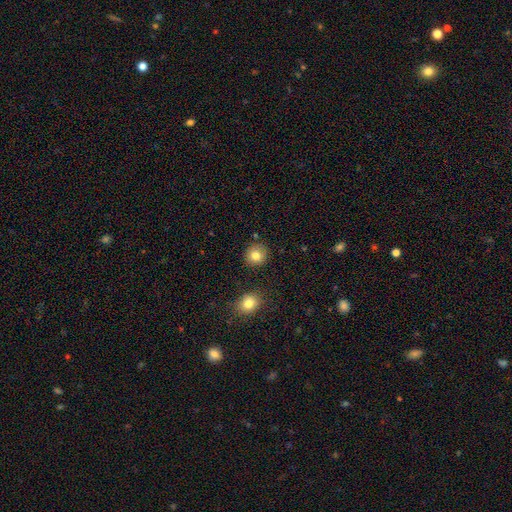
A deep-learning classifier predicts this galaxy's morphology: type=smooth (82%); roundness=round (89%); merging=none (88%).